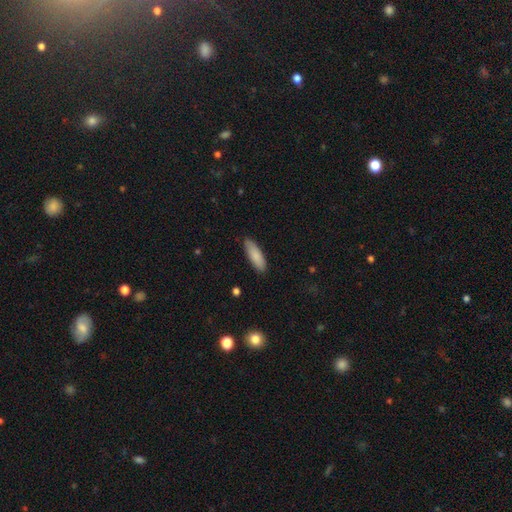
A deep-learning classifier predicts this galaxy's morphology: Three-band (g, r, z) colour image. It shows a smooth galaxy with no disk features (87%) that is in between round and cigar-shaped (50%). Merging: none (86%).